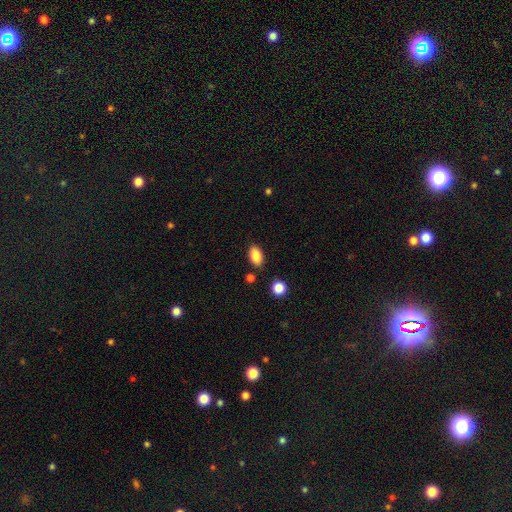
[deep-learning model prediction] This is clearly a smooth galaxy (87%). How rounded: clearly in between (91%). Merging: clearly none (85%).